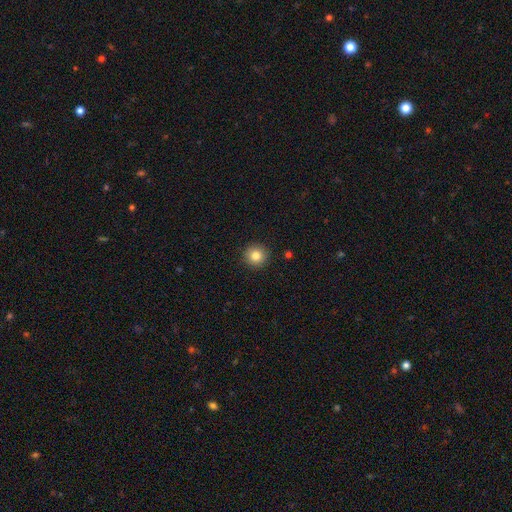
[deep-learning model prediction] smooth_or_featured: smooth (p=0.82) [alt: star or artifact p=0.11]
how_rounded: round (p=0.95) [alt: in between p=0.04]
merging: none (p=0.92) [alt: minor disturbance p=0.05]